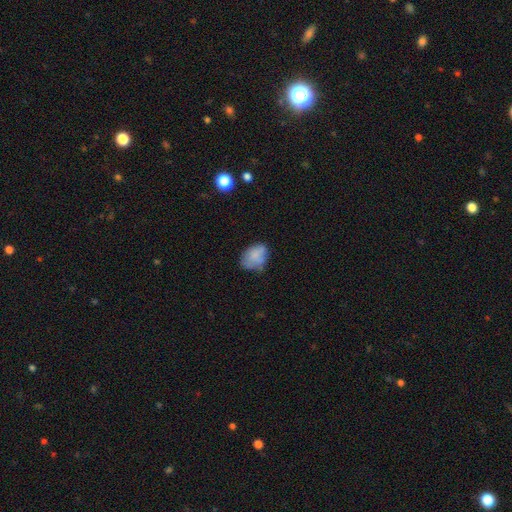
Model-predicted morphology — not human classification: smooth_or_featured: smooth (p=0.75) [alt: featured or disk p=0.16]
how_rounded: in between (p=0.77) [alt: round p=0.22]
merging: none (p=0.51) [alt: minor disturbance p=0.33]